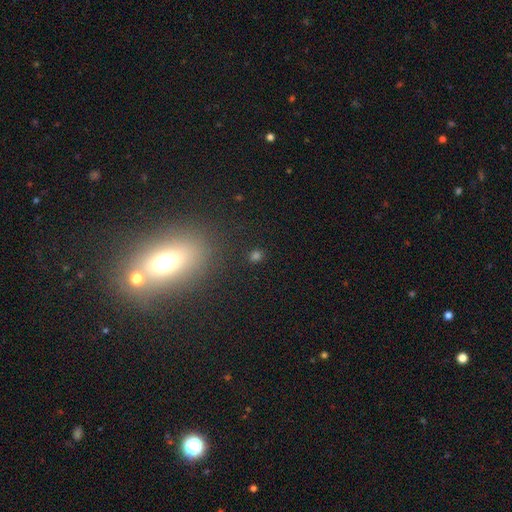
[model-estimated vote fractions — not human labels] This appears to be a smooth galaxy with no disk features (62%) that is round (71%). Merging: none (82%).